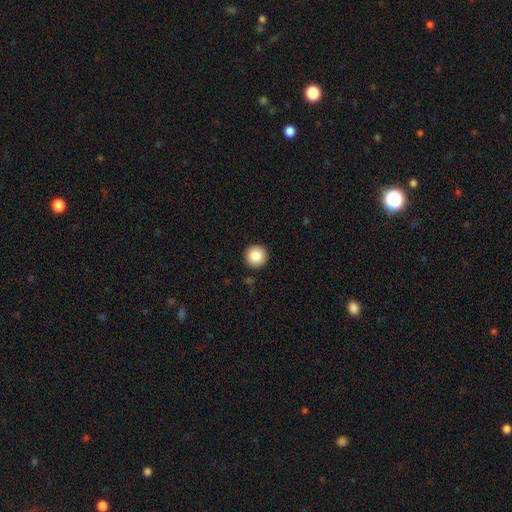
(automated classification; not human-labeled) Smooth or featured? Predicted: smooth (p=0.87). How rounded? Predicted: round (p=0.96). Merging? Predicted: none (p=0.93).